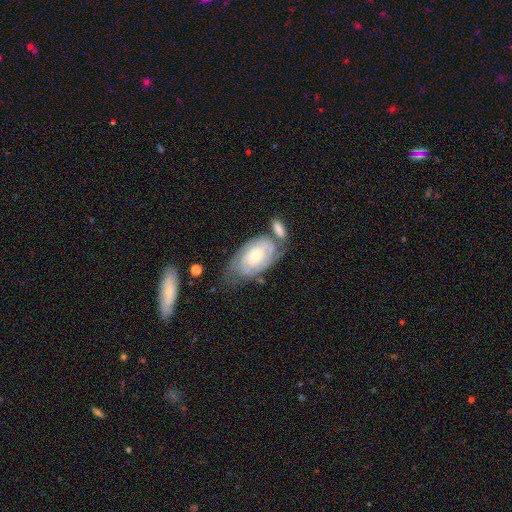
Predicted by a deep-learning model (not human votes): Smooth or featured? Predicted: featured or disk (p=0.83). Edge-on disk? Predicted: no (p=0.95). Bar? Predicted: no (p=0.68). Spiral arms? Predicted: yes (p=0.96). Spiral winding? Predicted: tight (p=0.75). Spiral arm count? Predicted: 2 (p=0.44). Bulge size? Predicted: small (p=0.54). Merging? Predicted: none (p=0.53).